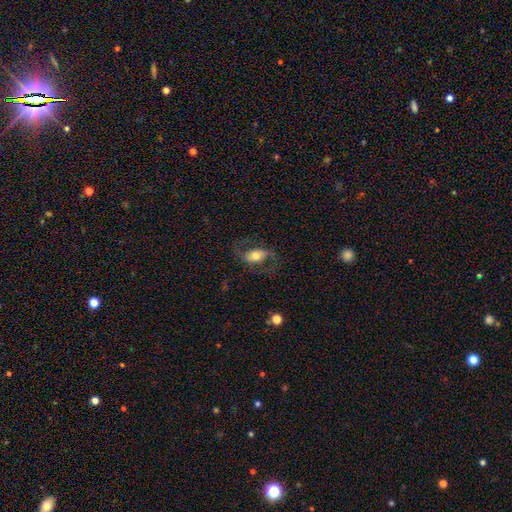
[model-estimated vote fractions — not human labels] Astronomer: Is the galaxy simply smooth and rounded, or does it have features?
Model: featured or disk — 54% (runner-up: smooth, 38%).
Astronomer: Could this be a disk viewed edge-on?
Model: no — 92%.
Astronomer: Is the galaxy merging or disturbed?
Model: none — 66%.